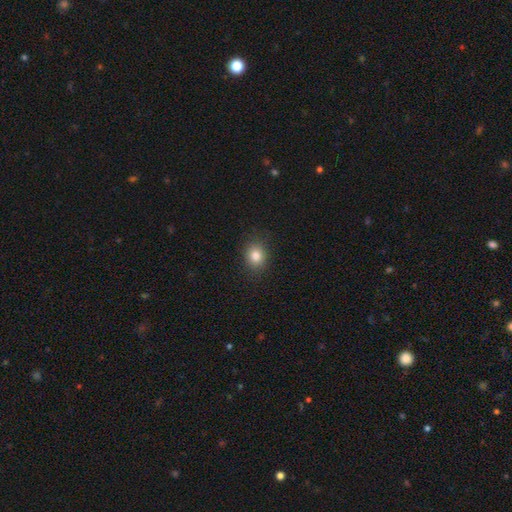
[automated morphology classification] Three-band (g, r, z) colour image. It shows a smooth galaxy with no disk features (82%) that is round (64%). Merging: none (88%).